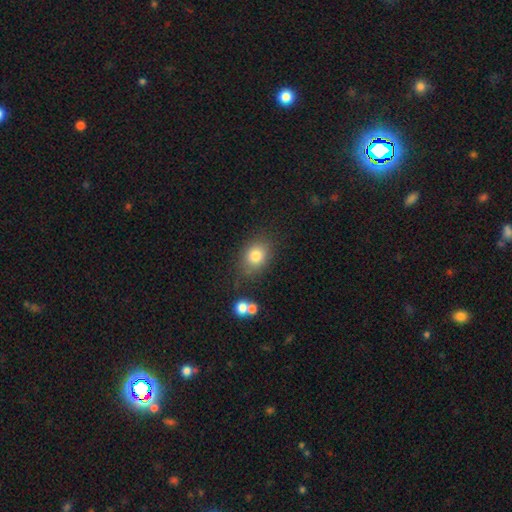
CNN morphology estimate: A smooth galaxy with no disk features (80%) that is in between round and cigar-shaped (54%).

Vote fractions:
- Smooth or featured? smooth: 80% / star or artifact: 11% / featured or disk: 9%
- How rounded? in between: 54% / round: 45% / cigar-shaped: 1%
- Merging? none: 75% / minor disturbance: 14% / merger: 6% / major disturbance: 5%